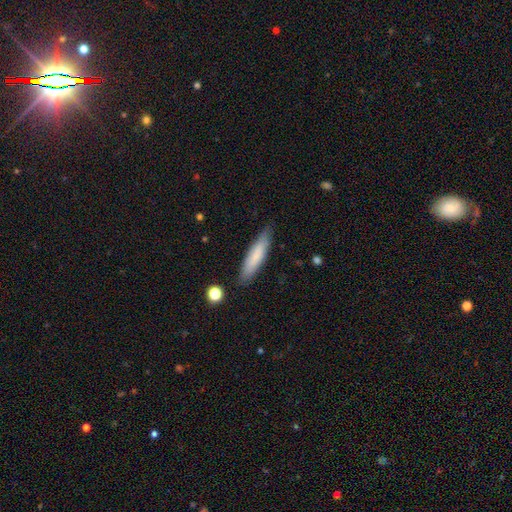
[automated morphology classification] A smooth galaxy with no disk features (77%) that is cigar-shaped (81%). Merging: none (86%).